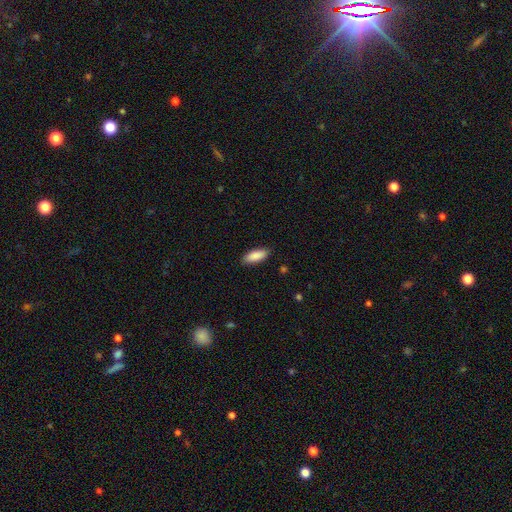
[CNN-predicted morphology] Smooth or featured: smooth — 89% (star or artifact — 6%)
How rounded: in between — 75% (cigar-shaped — 23%)
Merging: none — 87% (minor disturbance — 10%)